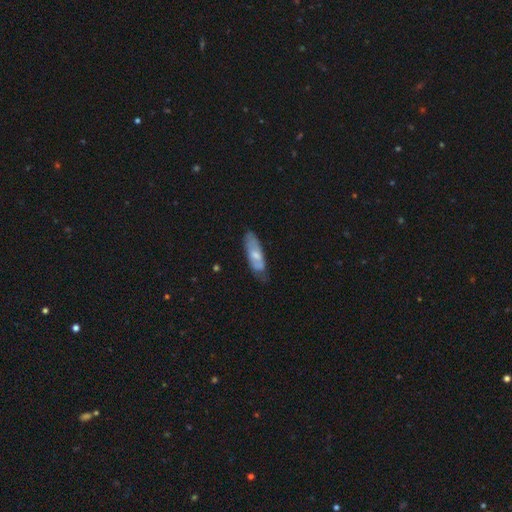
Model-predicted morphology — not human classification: The model was most divided on "smooth or featured": smooth: 56%, featured or disk: 38%, star or artifact: 6%. More confident: merging — none (61%); how rounded — in between (59%).